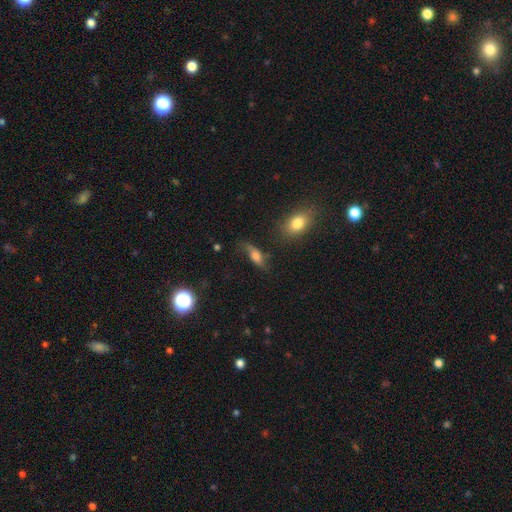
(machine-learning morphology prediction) smooth 53%, featured or disk 36%, star or artifact 12%. Down the decision tree: how rounded — in between (68%); merging — none (55%).